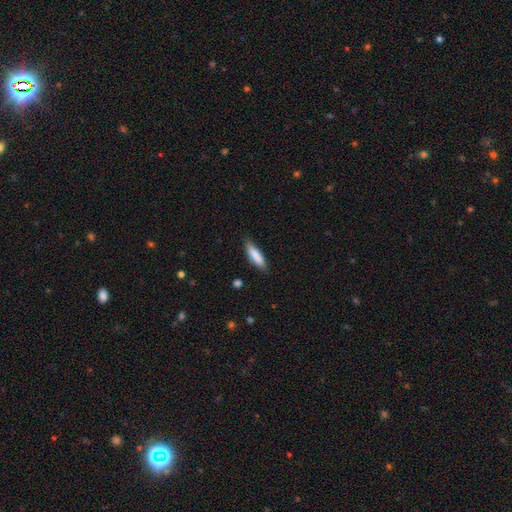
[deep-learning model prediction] smooth-or-featured: smooth: 84% | featured or disk: 10% | star or artifact: 6%
  how-rounded: cigar-shaped: 63% | in between: 36% | round: 1%
  merging: none: 82% | minor disturbance: 14% | major disturbance: 2% | merger: 1%